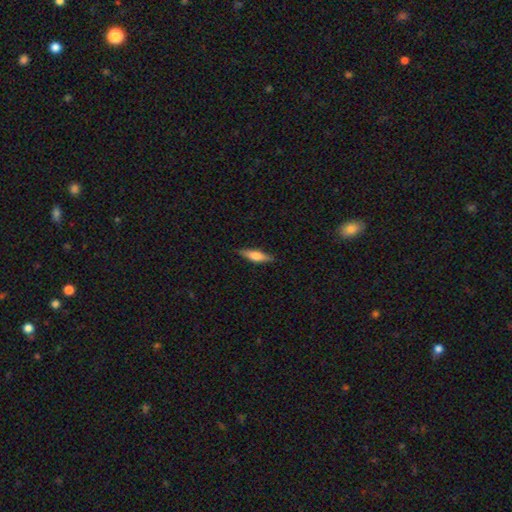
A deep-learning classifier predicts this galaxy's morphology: The model was most divided on "smooth or featured": smooth: 57%, featured or disk: 36%, star or artifact: 6%. More confident: merging — none (87%); how rounded — cigar-shaped (65%).